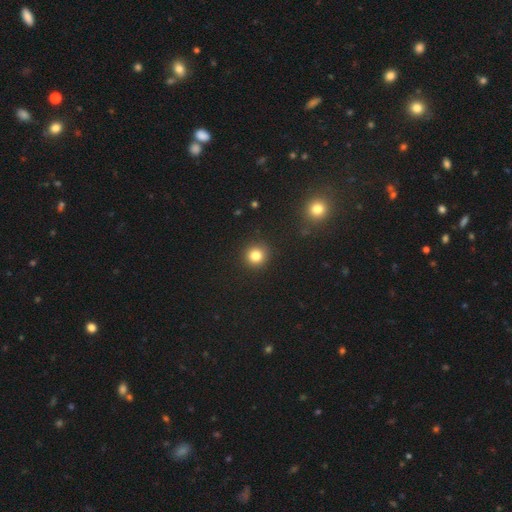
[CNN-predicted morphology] This is clearly a smooth galaxy (82%). How rounded: clearly round (93%). Merging: clearly none (91%).